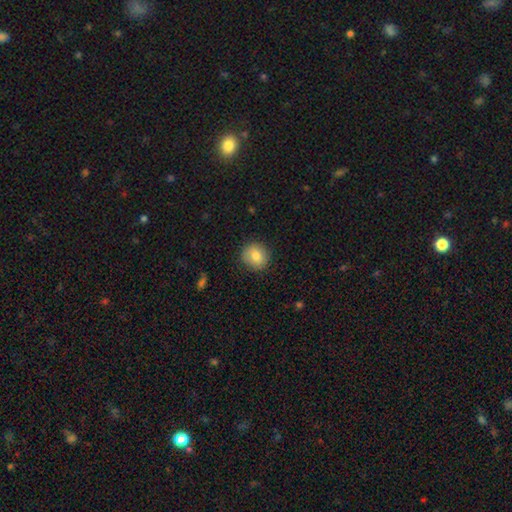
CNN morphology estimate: This is clearly a smooth galaxy (80%). How rounded: clearly round (87%). Merging: clearly none (86%).